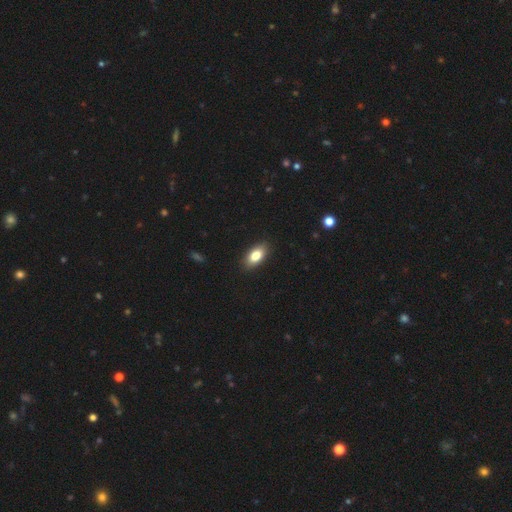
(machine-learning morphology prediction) smooth_or_featured: smooth (p=0.82) [alt: featured or disk p=0.11]
how_rounded: in between (p=0.90) [alt: cigar-shaped p=0.05]
merging: none (p=0.89) [alt: minor disturbance p=0.08]